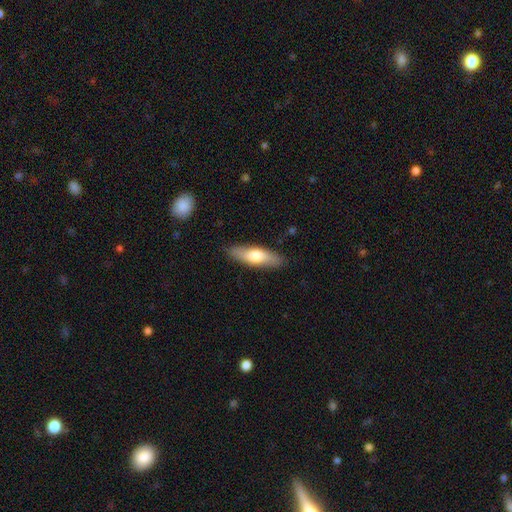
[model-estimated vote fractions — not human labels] Q: Smooth or featured?
A: smooth (63%); runner-up: featured or disk (32%)
Q: How rounded?
A: cigar-shaped (55%); runner-up: in between (43%)
Q: Merging?
A: none (87%); runner-up: minor disturbance (10%)